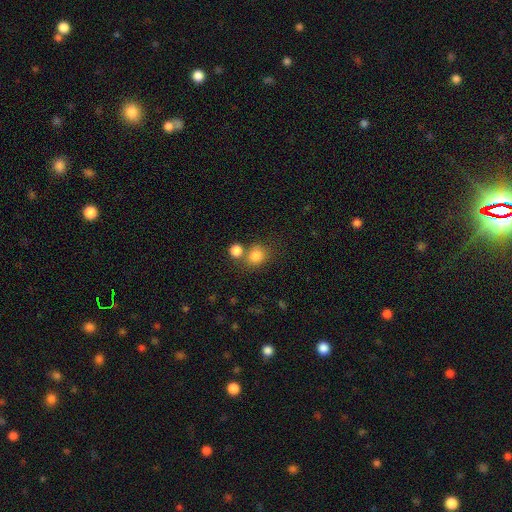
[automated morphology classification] A smooth galaxy with no disk features (82%) that is round (74%). Merging: none (57%).